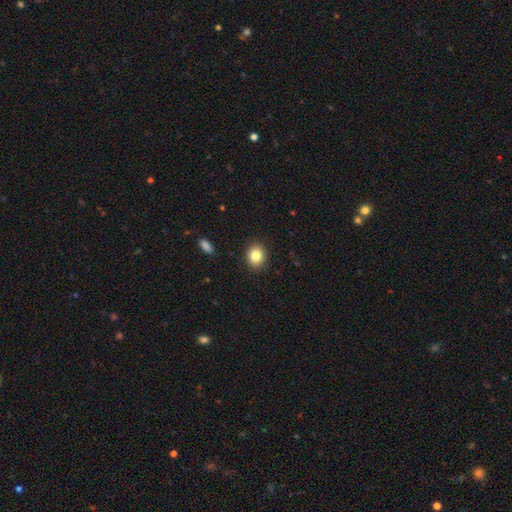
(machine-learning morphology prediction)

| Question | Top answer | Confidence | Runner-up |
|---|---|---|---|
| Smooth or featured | smooth | 83% | star or artifact (10%) |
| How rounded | round | 62% | in between (38%) |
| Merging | none | 90% | minor disturbance (7%) |